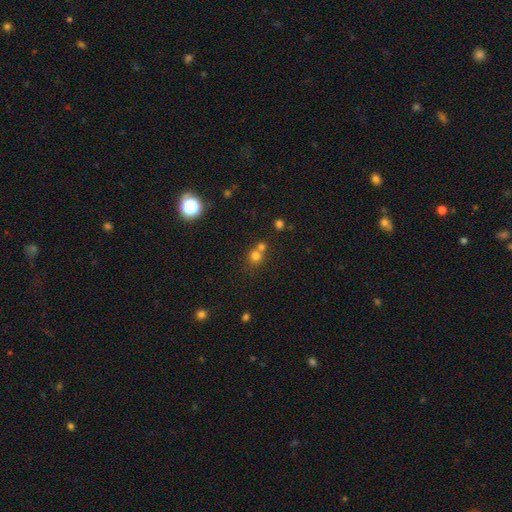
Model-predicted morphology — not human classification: Smooth or featured?
  - smooth: 72% *
  - star or artifact: 18%
  - featured or disk: 10%
How rounded?
  - round: 85% *
  - in between: 14%
  - cigar-shaped: 1%
Merging?
  - none: 46% *
  - merger: 45%
  - minor disturbance: 6%
  - major disturbance: 3%